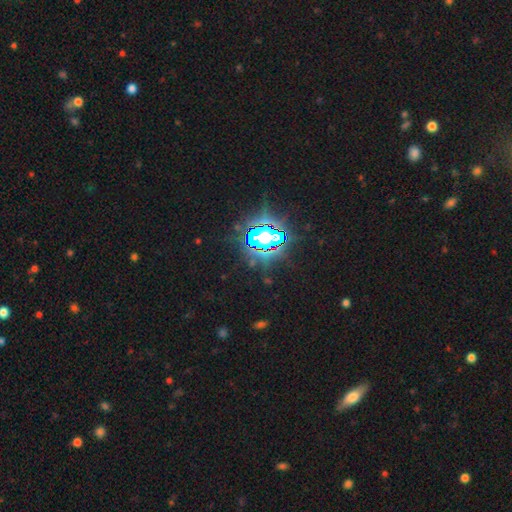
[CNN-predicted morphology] Q: Smooth or featured?
A: star or artifact (80%); runner-up: smooth (11%)